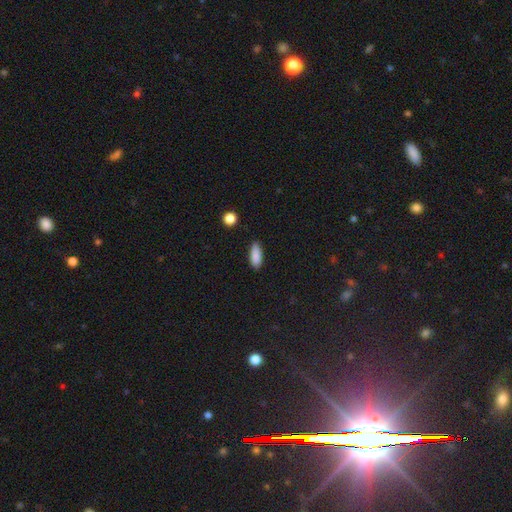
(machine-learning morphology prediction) Smooth or featured: smooth — 87% (star or artifact — 7%)
How rounded: in between — 75% (cigar-shaped — 22%)
Merging: none — 83% (minor disturbance — 13%)